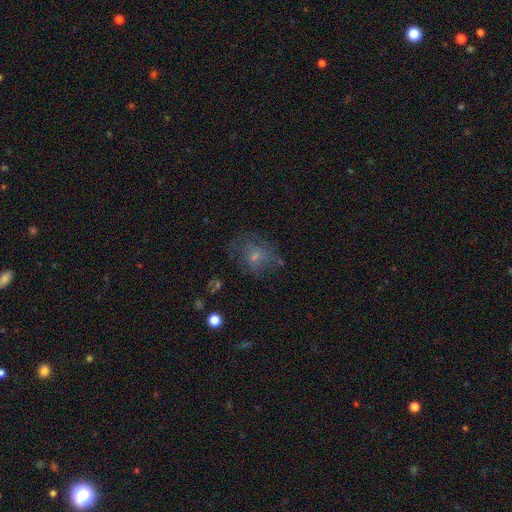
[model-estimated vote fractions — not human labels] smooth-or-featured: smooth: 56% | featured or disk: 30% | star or artifact: 14%
  how-rounded: round: 55% | in between: 44% | cigar-shaped: 1%
  merging: none: 50% | major disturbance: 24% | minor disturbance: 23% | merger: 4%